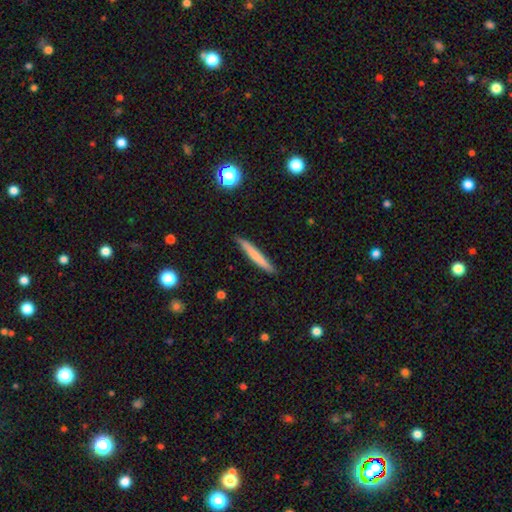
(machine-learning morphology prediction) This is likely a smooth galaxy (68%). How rounded: clearly cigar-shaped (96%). Merging: clearly none (87%).